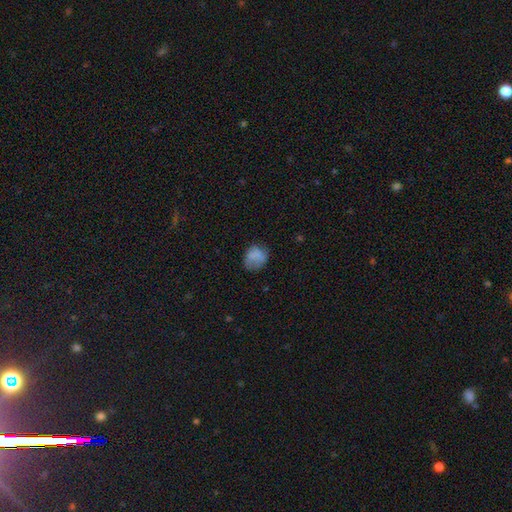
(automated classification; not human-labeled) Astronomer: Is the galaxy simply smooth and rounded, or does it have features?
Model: smooth — 76%.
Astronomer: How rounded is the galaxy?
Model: round — 62% (runner-up: in between, 37%).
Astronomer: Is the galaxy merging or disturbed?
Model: none — 60%.